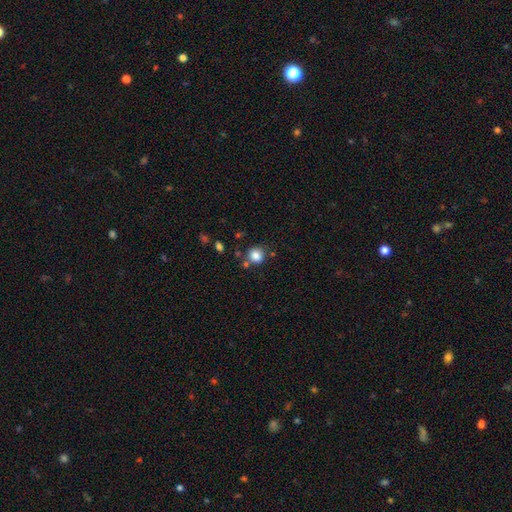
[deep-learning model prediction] Morphology: type=smooth (84%); roundness=round (84%); merging=none (75%).